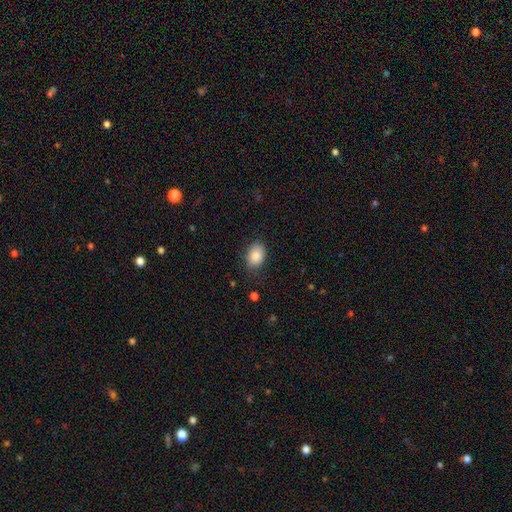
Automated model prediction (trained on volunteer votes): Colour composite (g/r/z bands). It shows a smooth galaxy with no disk features (86%) that is in between round and cigar-shaped (75%). Merging: none (78%).